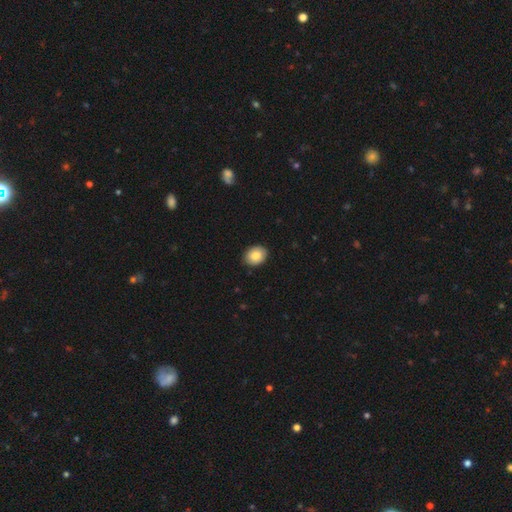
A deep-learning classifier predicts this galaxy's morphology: smooth 84%, featured or disk 8%, star or artifact 7%. Down the decision tree: how rounded — in between (58%); merging — none (89%).